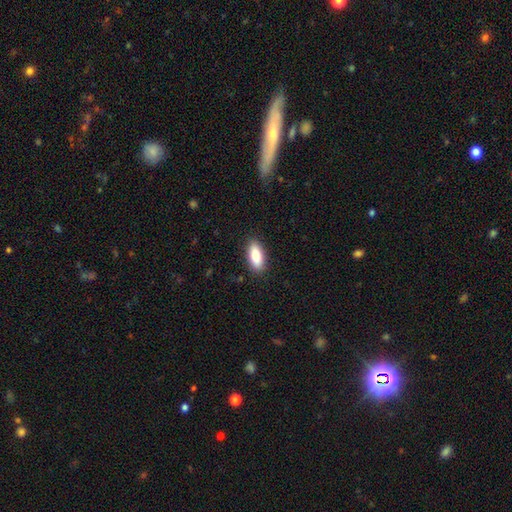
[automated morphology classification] A smooth galaxy with no disk features (83%) that is in between round and cigar-shaped (81%). Merging: none (88%).